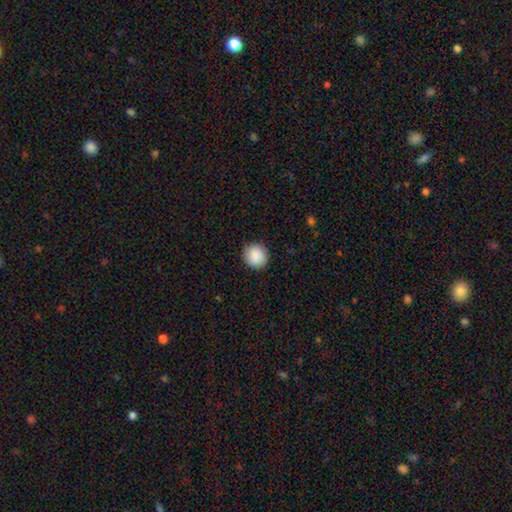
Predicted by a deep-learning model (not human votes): Overall: smooth (89%). How rounded: round (88%). Merging: none (90%).